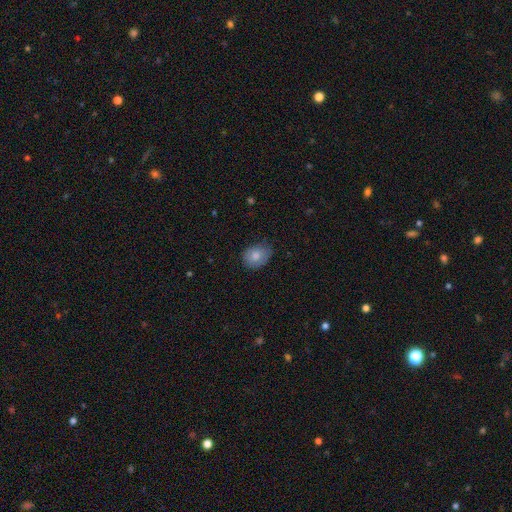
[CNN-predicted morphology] smooth 77%, featured or disk 16%, star or artifact 7%. Down the decision tree: how rounded — in between (57%); merging — none (71%).